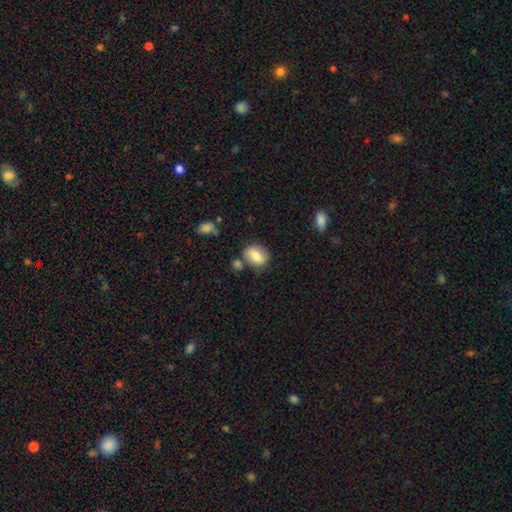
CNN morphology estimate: A smooth galaxy with no disk features (80%) that is in between round and cigar-shaped (69%).

Vote fractions:
- Smooth or featured? smooth: 80% / featured or disk: 12% / star or artifact: 8%
- How rounded? in between: 69% / round: 29% / cigar-shaped: 1%
- Merging? none: 69% / minor disturbance: 16% / merger: 11% / major disturbance: 4%